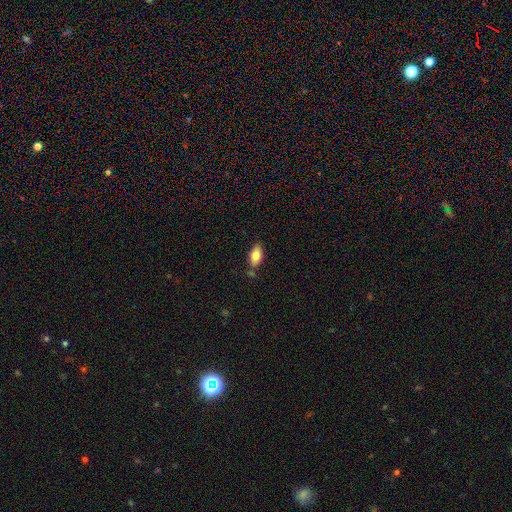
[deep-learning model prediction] Overall: smooth (79%). How rounded: in between (91%). Merging: none (74%).